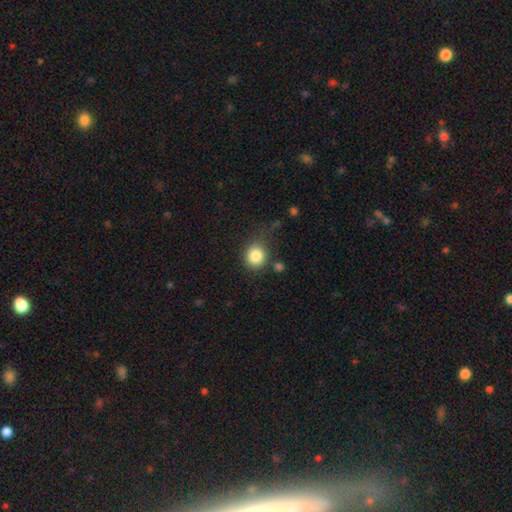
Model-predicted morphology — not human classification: Smooth or featured? Predicted: smooth (p=0.84). How rounded? Predicted: round (p=0.83). Merging? Predicted: none (p=0.73).